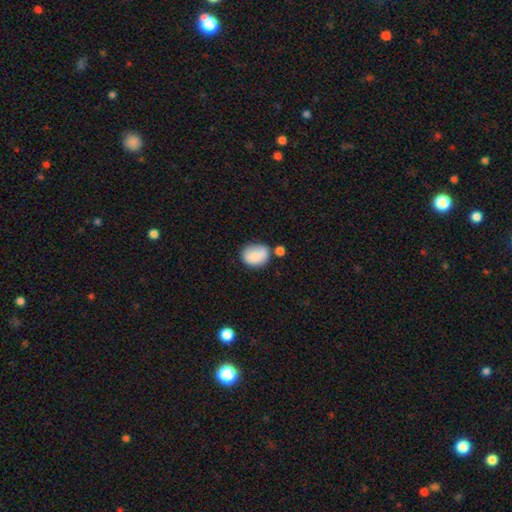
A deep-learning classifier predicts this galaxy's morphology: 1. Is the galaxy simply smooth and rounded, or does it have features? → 84% smooth, 9% featured or disk, 8% star or artifact.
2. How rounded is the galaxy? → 53% in between, 46% round, 1% cigar-shaped.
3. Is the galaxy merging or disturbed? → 52% none, 22% minor disturbance, 19% merger, 7% major disturbance.